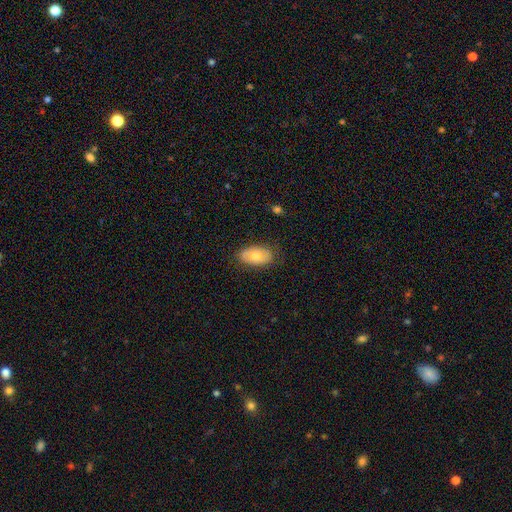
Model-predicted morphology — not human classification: type=smooth (60%); roundness=in between (92%); merging=none (80%).